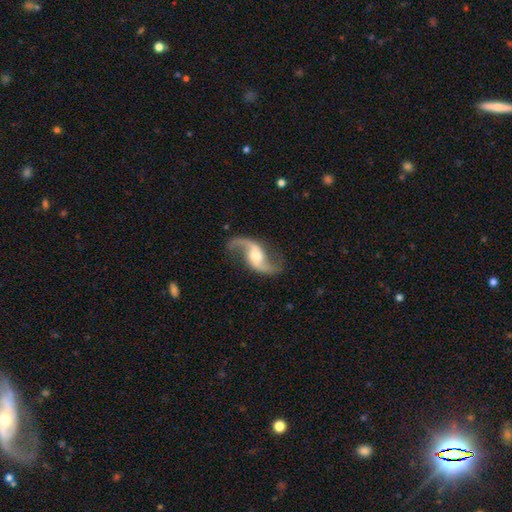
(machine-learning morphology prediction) This appears to be a featured or disk galaxy (92%) with a weak bar (43%), 2 (94%) loose (81%) spiral arms (98%) and a moderate central bulge (53%). Merging: none (81%).